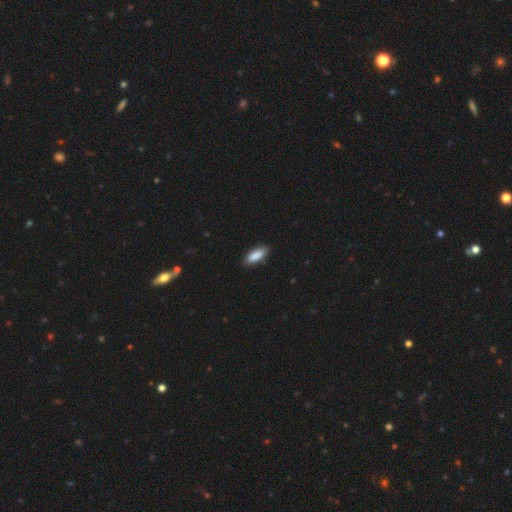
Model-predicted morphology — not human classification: The model was most divided on "how rounded": in between: 69%, cigar-shaped: 29%, round: 2%. More confident: smooth or featured — smooth (88%); merging — none (87%).